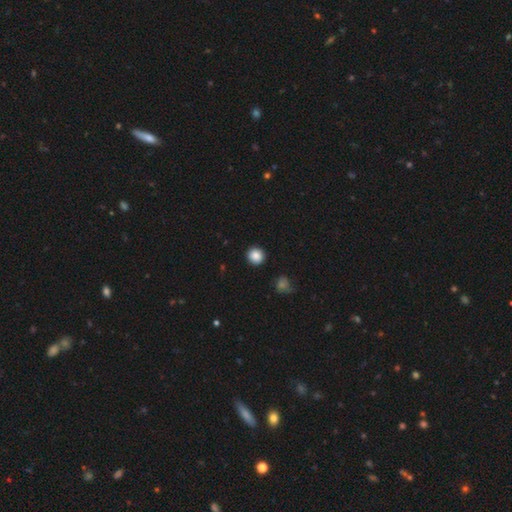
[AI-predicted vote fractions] Smooth or featured: smooth — 87% (star or artifact — 10%)
How rounded: round — 93% (in between — 6%)
Merging: none — 92% (minor disturbance — 5%)